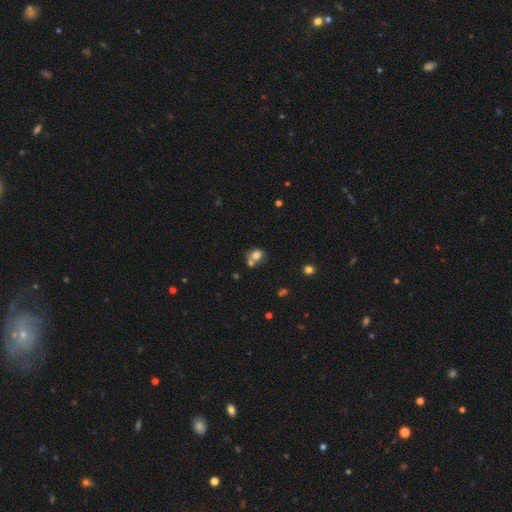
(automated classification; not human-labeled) Overall: smooth (76%). How rounded: round (60%; in between 39%). Merging: merger (42%; none 40%).